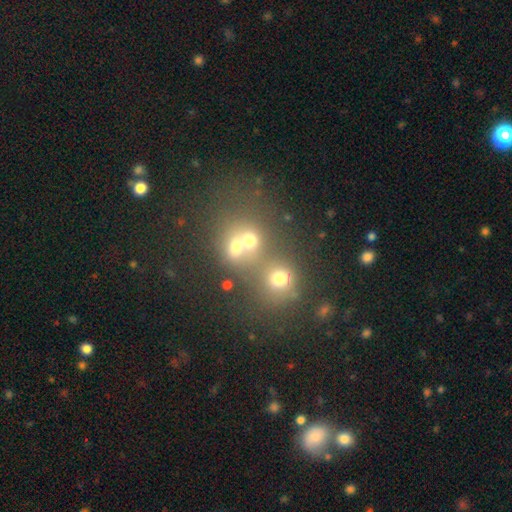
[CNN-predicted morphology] Overall: smooth (48%; star or artifact 35%). Merging: merger (54%; none 36%).